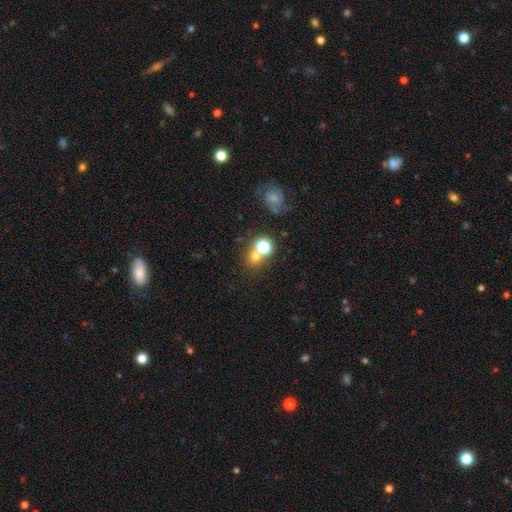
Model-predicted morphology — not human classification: This is likely a smooth galaxy (66%). How rounded: likely round (80%). Merging: possibly none (52%).